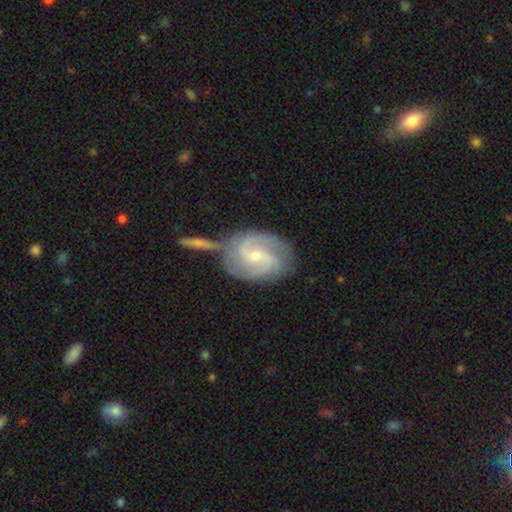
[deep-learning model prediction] This is clearly a featured or disk galaxy (86%). It is clearly not viewed edge-on (97%). Bar: possibly no (45%). Spiral arm pattern: clearly yes (97%). Spiral arm count: likely 2 (70%). Spiral winding: possibly medium (51%). Central bulge: likely small (66%). Merging: possibly none (54%).